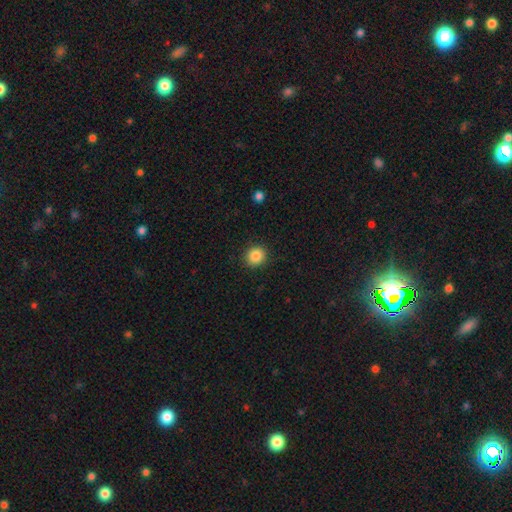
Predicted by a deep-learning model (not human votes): smooth-or-featured: smooth: 86% | star or artifact: 10% | featured or disk: 4%
  how-rounded: round: 88% | in between: 12% | cigar-shaped: 1%
  merging: none: 91% | minor disturbance: 6% | major disturbance: 2% | merger: 1%